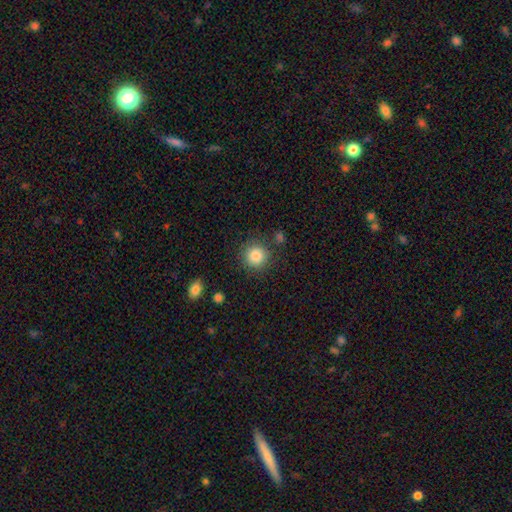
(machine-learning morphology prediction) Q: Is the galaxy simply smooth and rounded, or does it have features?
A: smooth — 85%.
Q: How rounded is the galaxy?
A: round — 93%.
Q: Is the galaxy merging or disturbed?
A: none — 84%.